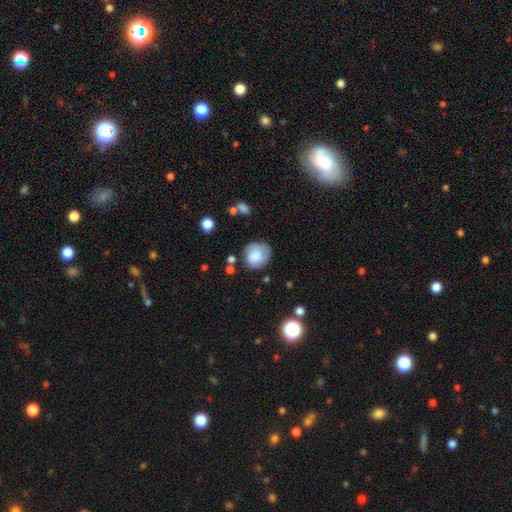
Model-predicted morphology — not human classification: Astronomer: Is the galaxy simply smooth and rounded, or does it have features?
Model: smooth — 77%.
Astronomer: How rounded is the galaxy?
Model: round — 80%.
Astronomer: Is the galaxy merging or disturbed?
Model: none — 61%.